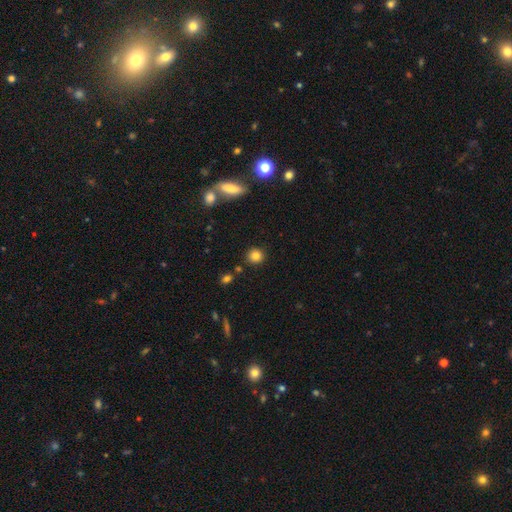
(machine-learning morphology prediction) smooth-or-featured: smooth: 82% | star or artifact: 11% | featured or disk: 6%
  how-rounded: round: 89% | in between: 9% | cigar-shaped: 1%
  merging: none: 87% | minor disturbance: 7% | merger: 4% | major disturbance: 2%